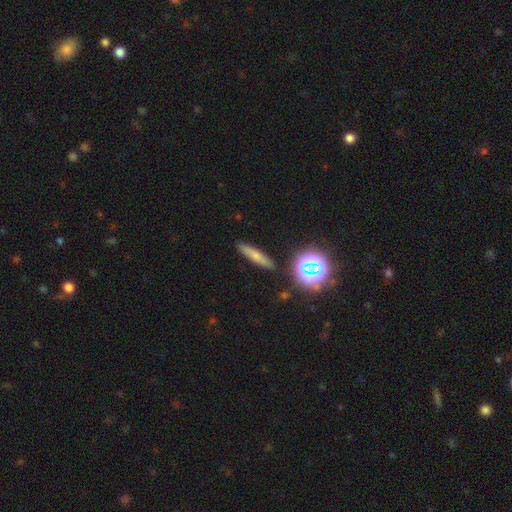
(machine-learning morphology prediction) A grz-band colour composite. It shows a smooth galaxy with no disk features (61%) that is cigar-shaped (81%). Merging: none (88%).